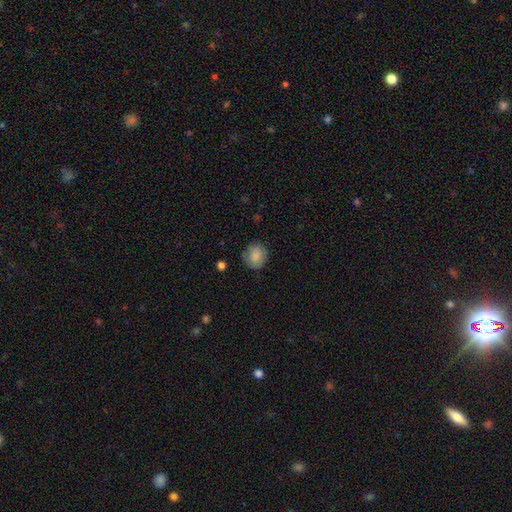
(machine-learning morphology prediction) smooth-or-featured: smooth: 83% | featured or disk: 9% | star or artifact: 8%
  how-rounded: round: 79% | in between: 20% | cigar-shaped: 1%
  merging: none: 77% | minor disturbance: 17% | major disturbance: 5% | merger: 2%